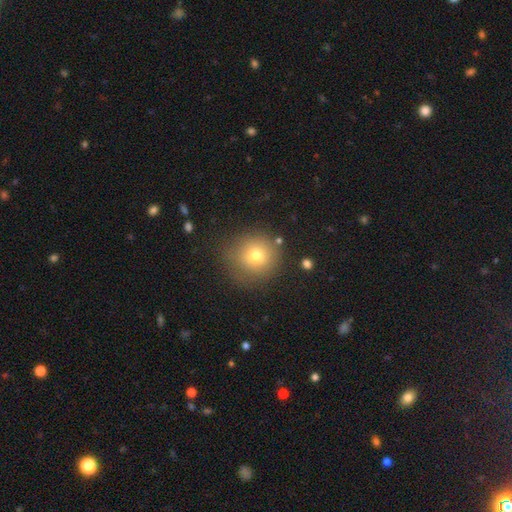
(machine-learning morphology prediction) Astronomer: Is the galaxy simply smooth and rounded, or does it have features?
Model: smooth — 74%.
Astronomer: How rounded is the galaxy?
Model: round — 91%.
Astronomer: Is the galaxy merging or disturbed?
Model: none — 78%.